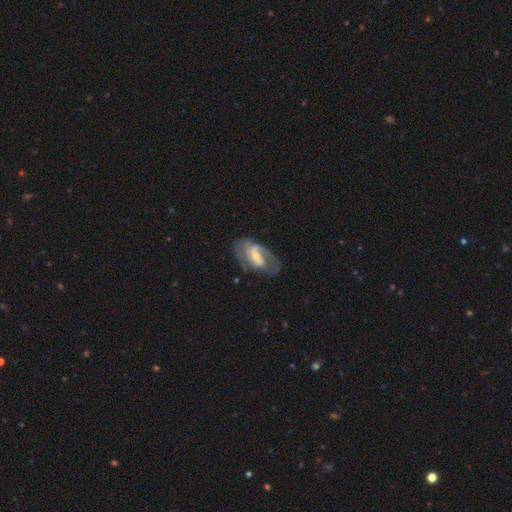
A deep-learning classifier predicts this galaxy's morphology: Smooth or featured? Predicted: featured or disk (p=0.79). Edge-on disk? Predicted: no (p=0.95). Bar? Predicted: weak (p=0.45). Spiral arms? Predicted: yes (p=0.88). Spiral winding? Predicted: medium (p=0.46). Spiral arm count? Predicted: 2 (p=0.63). Bulge size? Predicted: small (p=0.52). Merging? Predicted: none (p=0.61).